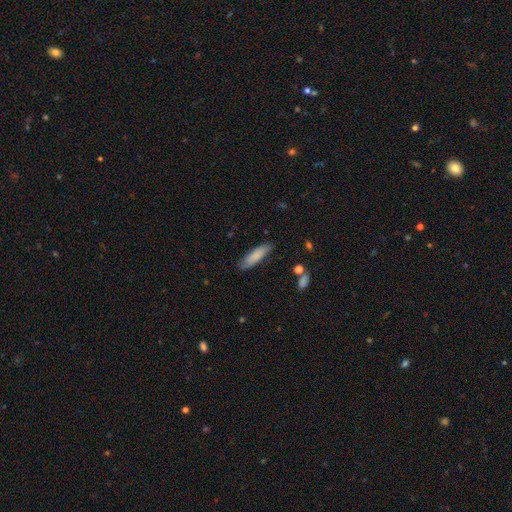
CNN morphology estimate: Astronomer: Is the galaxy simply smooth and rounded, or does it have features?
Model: smooth — 82%.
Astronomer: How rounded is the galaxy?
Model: cigar-shaped — 64%.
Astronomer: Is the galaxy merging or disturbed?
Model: none — 82%.